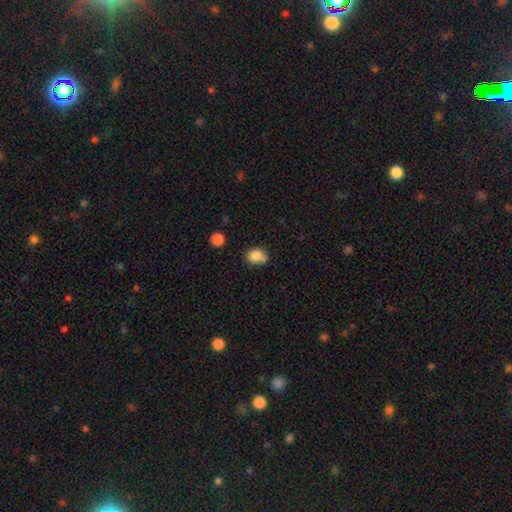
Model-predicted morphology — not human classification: smooth_or_featured: smooth (p=0.83) [alt: star or artifact p=0.10]
how_rounded: round (p=0.51) [alt: in between p=0.48]
merging: none (p=0.58) [alt: minor disturbance p=0.24]